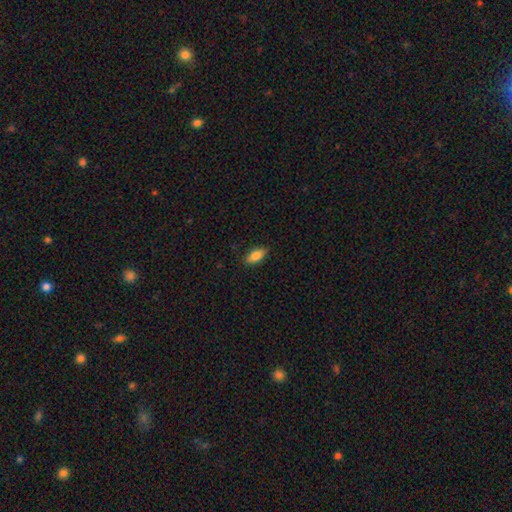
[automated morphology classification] smooth 81%, featured or disk 11%, star or artifact 7%. Down the decision tree: how rounded — in between (86%); merging — none (87%).